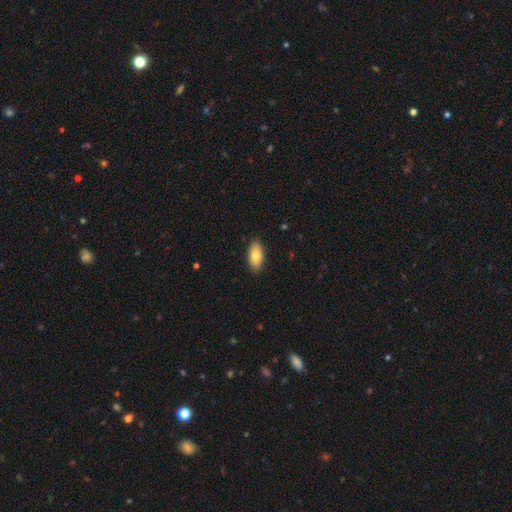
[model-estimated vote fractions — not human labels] Overall: smooth (79%). How rounded: in between (90%). Merging: none (88%).